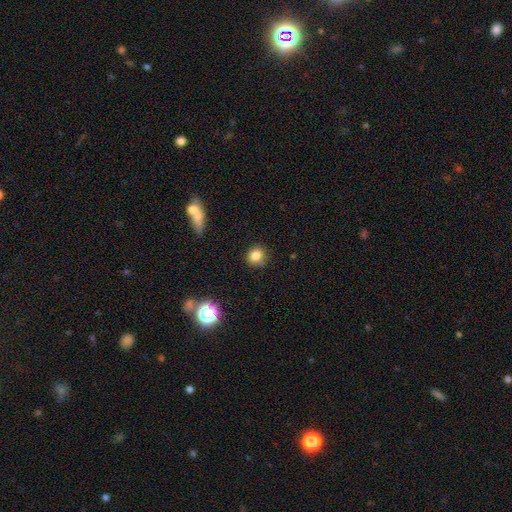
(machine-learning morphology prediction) Q: Smooth or featured?
A: smooth (82%); runner-up: star or artifact (12%)
Q: How rounded?
A: round (79%); runner-up: in between (20%)
Q: Merging?
A: none (80%); runner-up: minor disturbance (14%)